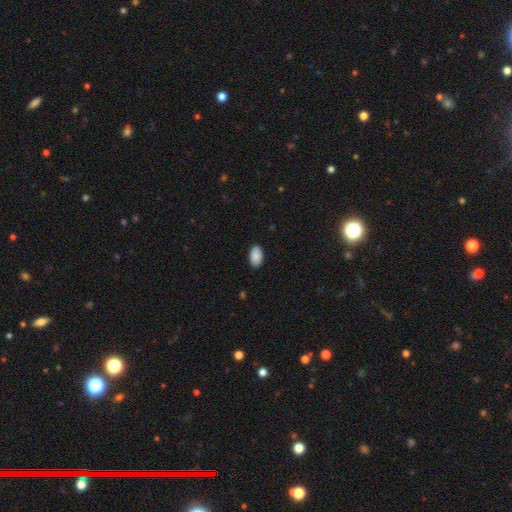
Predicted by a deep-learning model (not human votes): The model was most divided on "merging": none: 88%, minor disturbance: 9%, major disturbance: 2%, merger: 1%. More confident: how rounded — in between (95%); smooth or featured — smooth (90%).